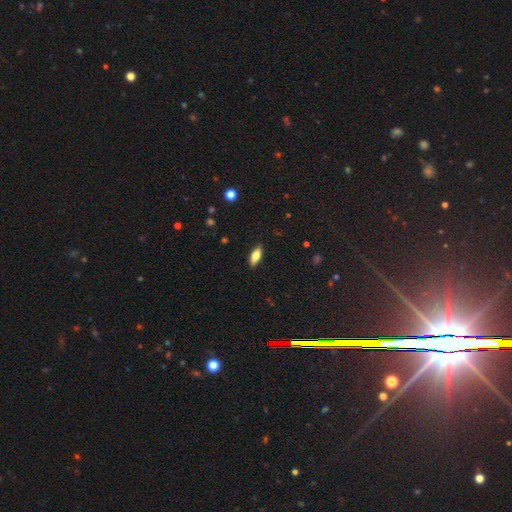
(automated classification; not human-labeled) The model was most divided on "how rounded": in between: 78%, cigar-shaped: 20%, round: 2%. More confident: merging — none (88%); smooth or featured — smooth (78%).